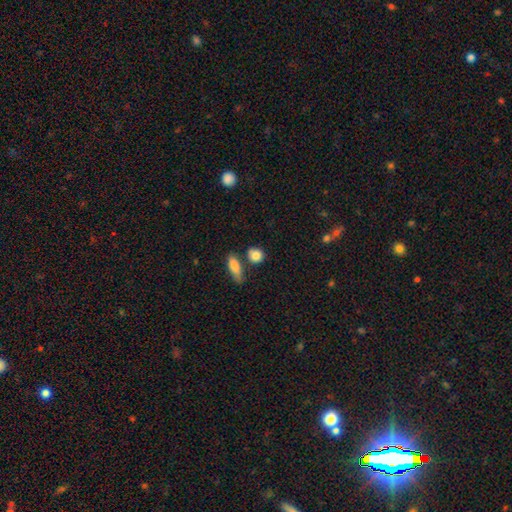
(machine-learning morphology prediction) Q: Smooth or featured?
A: smooth (85%); runner-up: star or artifact (8%)
Q: How rounded?
A: round (72%); runner-up: in between (24%)
Q: Merging?
A: none (69%); runner-up: minor disturbance (14%)